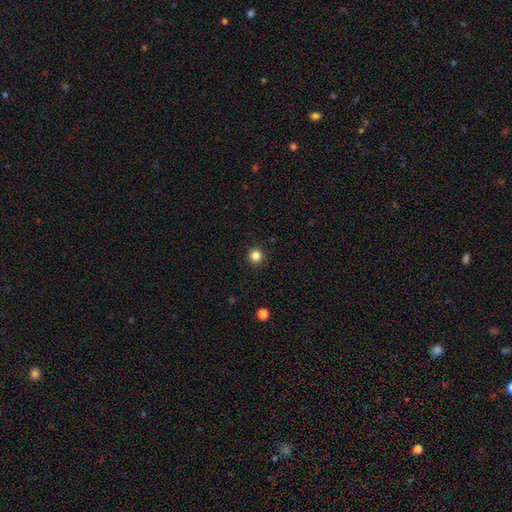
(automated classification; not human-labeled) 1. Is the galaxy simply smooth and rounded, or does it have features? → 84% smooth, 12% star or artifact, 4% featured or disk.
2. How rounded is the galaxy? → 95% round, 4% in between, 1% cigar-shaped.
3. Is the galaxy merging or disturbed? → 92% none, 5% minor disturbance, 2% major disturbance, 1% merger.